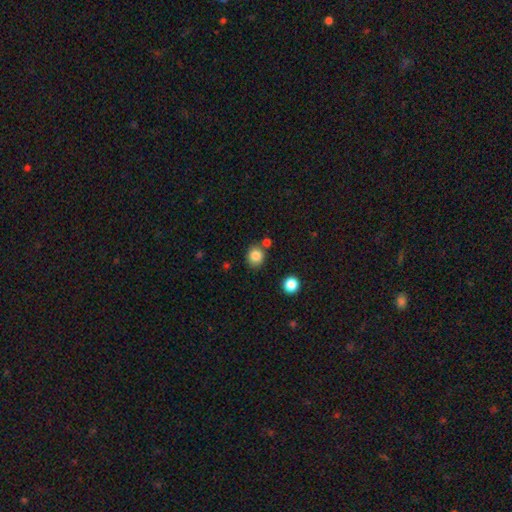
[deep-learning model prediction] Smooth or featured? Predicted: smooth (p=0.84). How rounded? Predicted: round (p=0.82). Merging? Predicted: none (p=0.76).